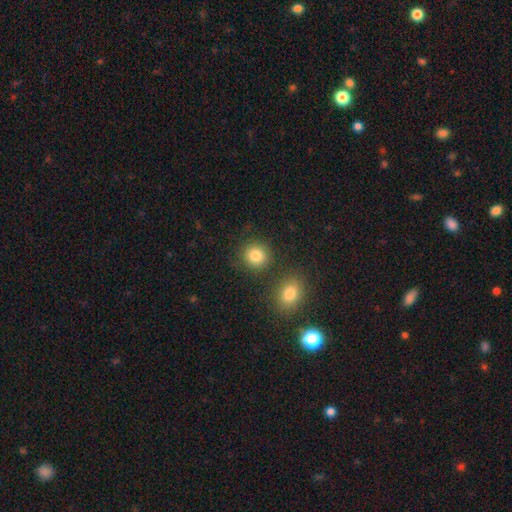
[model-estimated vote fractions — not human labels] Smooth or featured? Predicted: smooth (p=0.85). How rounded? Predicted: round (p=0.86). Merging? Predicted: none (p=0.81).